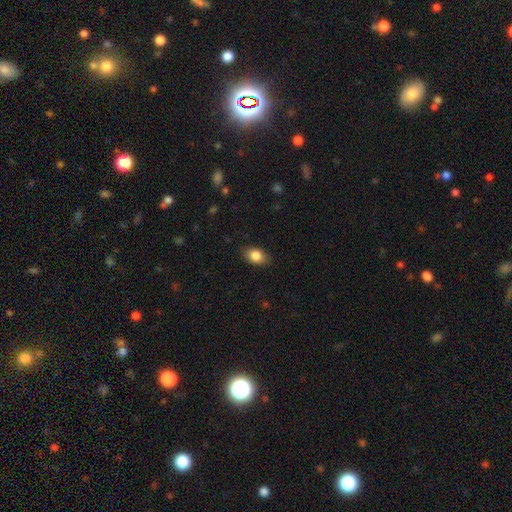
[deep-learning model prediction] The model was most divided on "how rounded": in between: 85%, round: 13%, cigar-shaped: 2%. More confident: smooth or featured — smooth (86%); merging — none (85%).